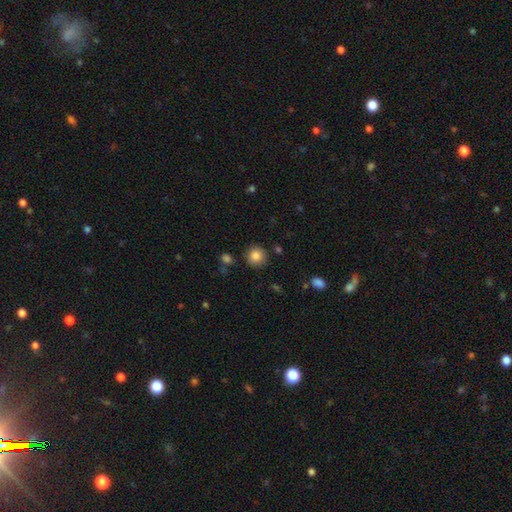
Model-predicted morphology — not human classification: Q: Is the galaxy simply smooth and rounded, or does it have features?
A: smooth — 85%.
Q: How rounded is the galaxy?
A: round — 92%.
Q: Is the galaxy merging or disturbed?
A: none — 87%.